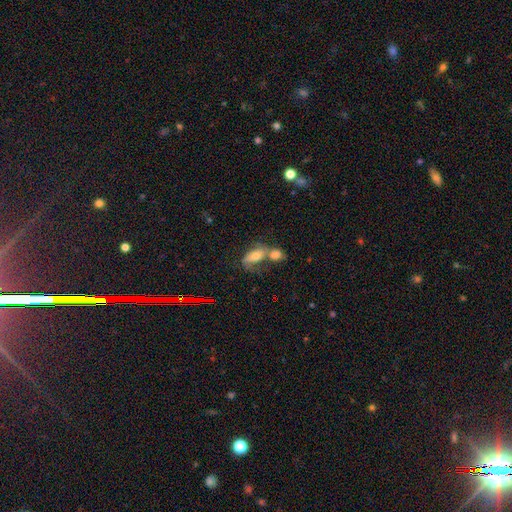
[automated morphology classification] Smooth or featured?
  - smooth: 58% *
  - featured or disk: 30%
  - star or artifact: 11%
How rounded?
  - in between: 84% *
  - round: 8%
  - cigar-shaped: 7%
Merging?
  - merger: 54% *
  - none: 26%
  - minor disturbance: 11%
  - major disturbance: 9%